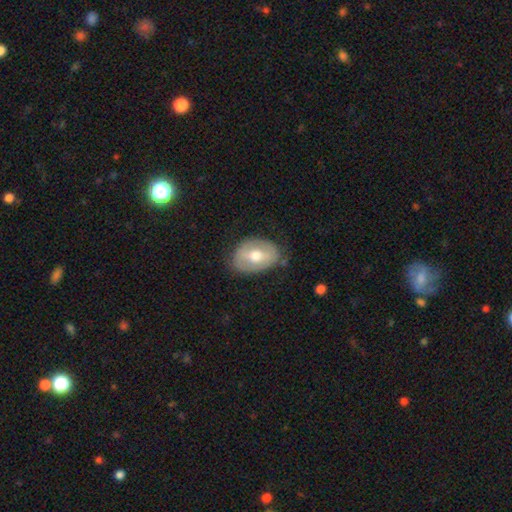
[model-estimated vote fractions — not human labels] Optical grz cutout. It shows a featured or disk galaxy (48%). Merging: none (75%).